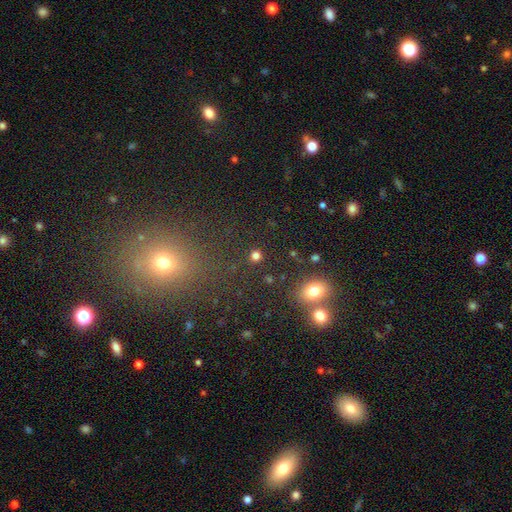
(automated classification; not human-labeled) Q: Smooth or featured?
A: smooth (78%); runner-up: star or artifact (18%)
Q: How rounded?
A: round (90%); runner-up: in between (8%)
Q: Merging?
A: none (88%); runner-up: minor disturbance (6%)